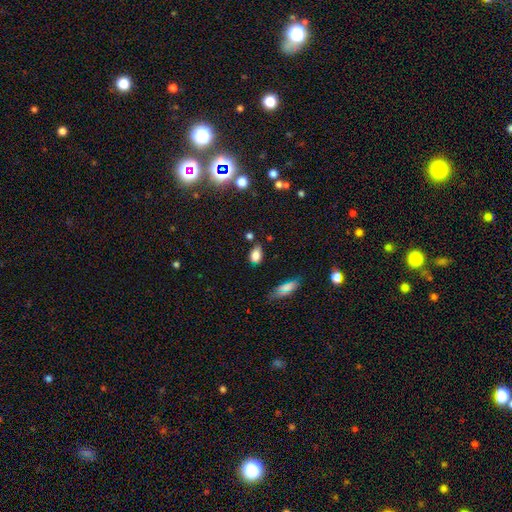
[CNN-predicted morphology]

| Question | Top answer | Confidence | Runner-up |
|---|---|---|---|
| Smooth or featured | smooth | 81% | star or artifact (11%) |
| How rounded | in between | 85% | round (12%) |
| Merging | none | 62% | minor disturbance (27%) |